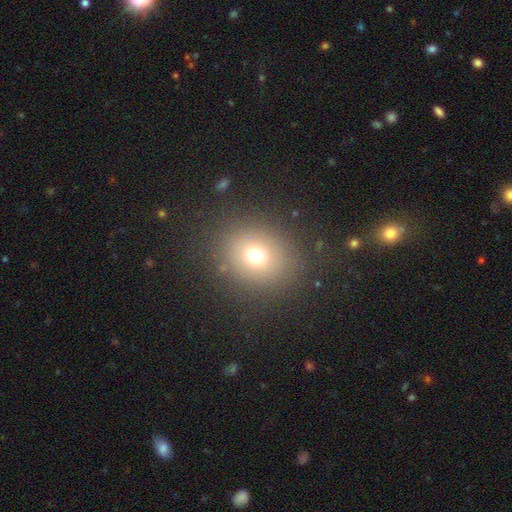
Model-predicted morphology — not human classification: Smooth or featured?
  - smooth: 70% *
  - star or artifact: 19%
  - featured or disk: 12%
How rounded?
  - round: 70% *
  - in between: 29%
  - cigar-shaped: 1%
Merging?
  - none: 84% *
  - minor disturbance: 8%
  - major disturbance: 6%
  - merger: 2%